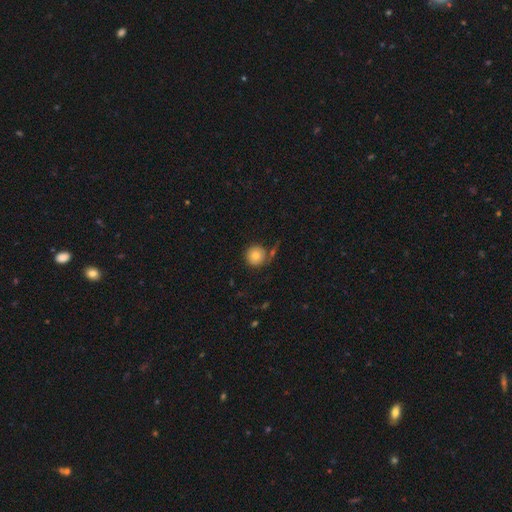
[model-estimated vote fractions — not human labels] Smooth or featured? Predicted: smooth (p=0.80). How rounded? Predicted: round (p=0.94). Merging? Predicted: none (p=0.68).